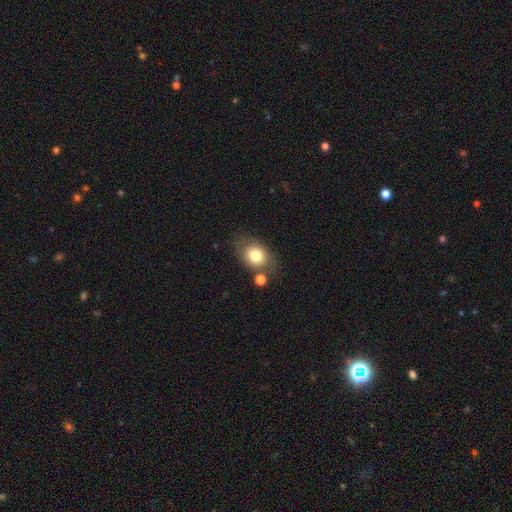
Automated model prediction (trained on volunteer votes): smooth-or-featured: smooth: 77% | featured or disk: 14% | star or artifact: 9%
  how-rounded: in between: 67% | round: 32% | cigar-shaped: 1%
  merging: none: 67% | minor disturbance: 17% | merger: 10% | major disturbance: 6%